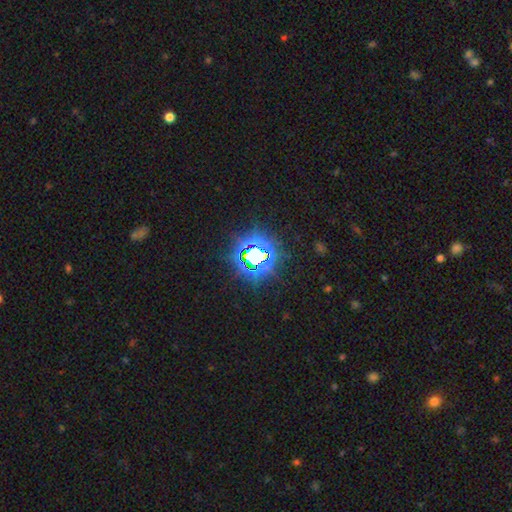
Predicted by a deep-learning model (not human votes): This is clearly a star or artifact rather than a galaxy (80%).